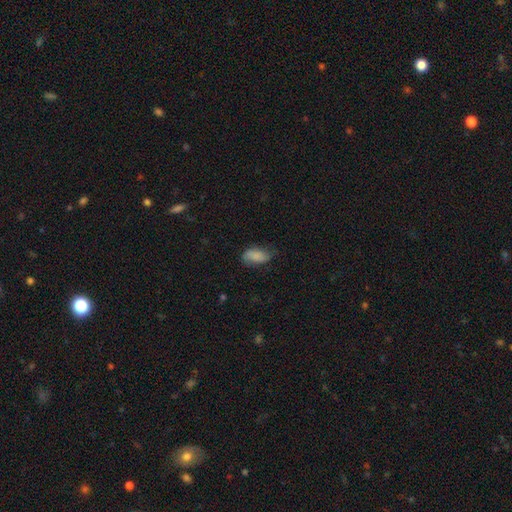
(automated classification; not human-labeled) Smooth or featured? smooth (78%)
How rounded? in between (92%)
Merging? none (59%)